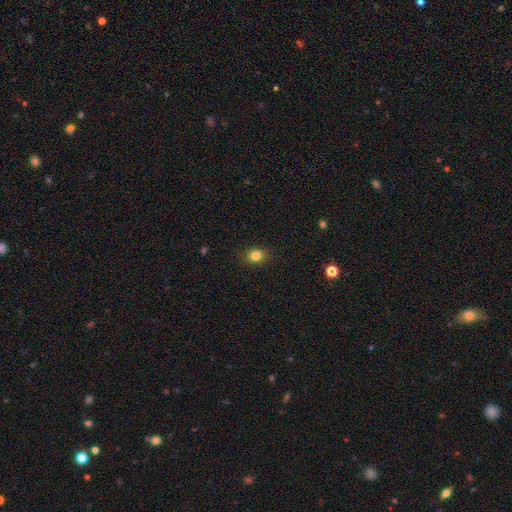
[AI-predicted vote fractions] The model was most divided on "how rounded": round: 65%, in between: 34%, cigar-shaped: 1%. More confident: merging — none (89%); smooth or featured — smooth (83%).